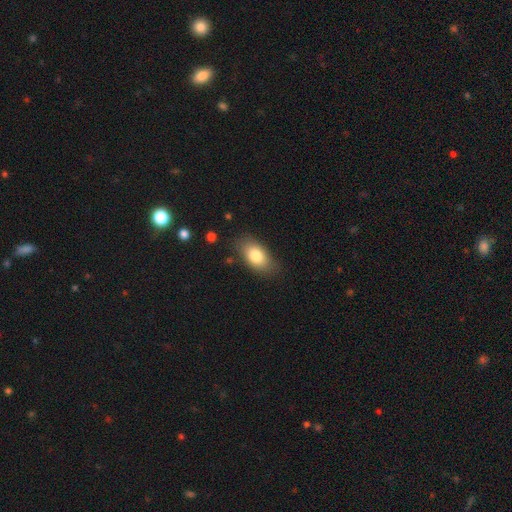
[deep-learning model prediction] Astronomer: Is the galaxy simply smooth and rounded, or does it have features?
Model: smooth — 80%.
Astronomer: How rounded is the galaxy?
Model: in between — 91%.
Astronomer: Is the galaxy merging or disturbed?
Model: none — 79%.